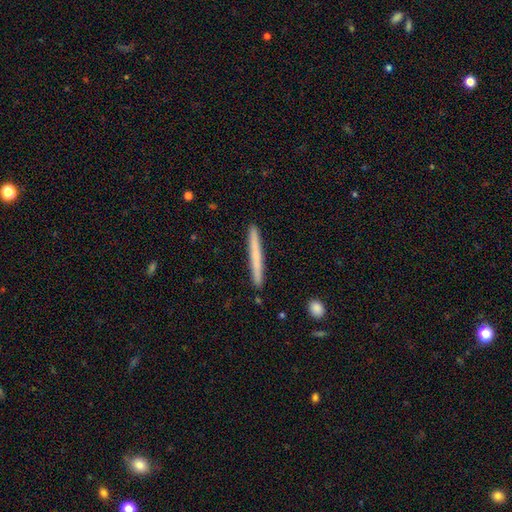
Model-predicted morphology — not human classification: The model was most divided on "smooth or featured": smooth: 61%, featured or disk: 33%, star or artifact: 6%. More confident: how rounded — cigar-shaped (97%); merging — none (91%).